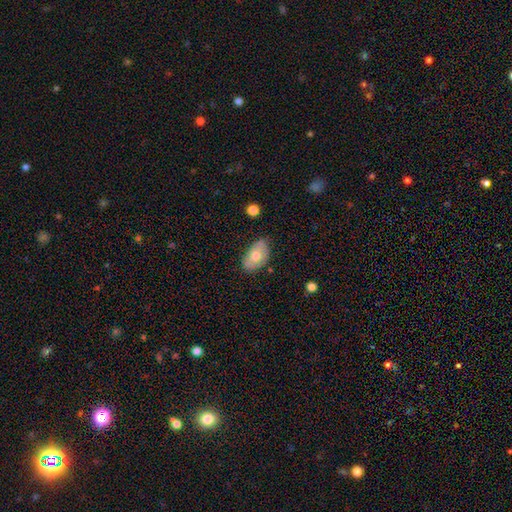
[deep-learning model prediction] smooth-or-featured: smooth: 67% | featured or disk: 26% | star or artifact: 7%
  how-rounded: in between: 92% | round: 6% | cigar-shaped: 2%
  merging: none: 71% | minor disturbance: 24% | major disturbance: 4% | merger: 2%